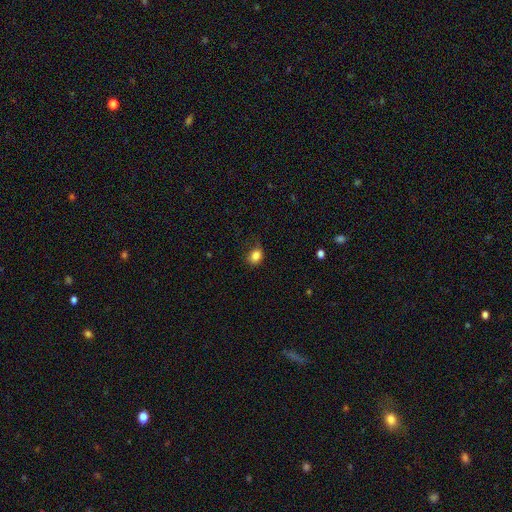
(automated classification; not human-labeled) This is clearly a smooth galaxy (84%). How rounded: possibly in between (50%). Merging: likely none (71%).